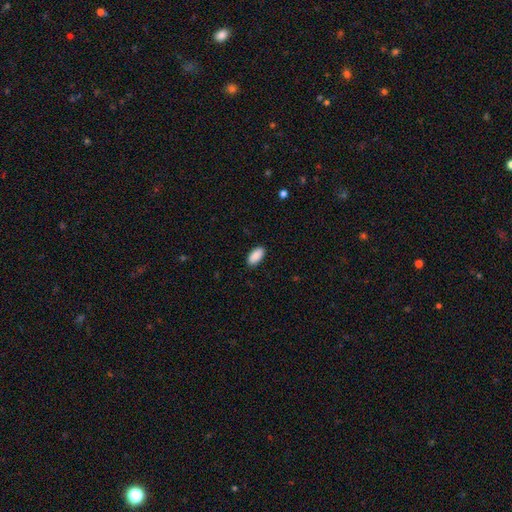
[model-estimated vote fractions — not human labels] Smooth or featured: smooth — 91% (star or artifact — 6%)
How rounded: in between — 93% (cigar-shaped — 5%)
Merging: none — 89% (minor disturbance — 8%)